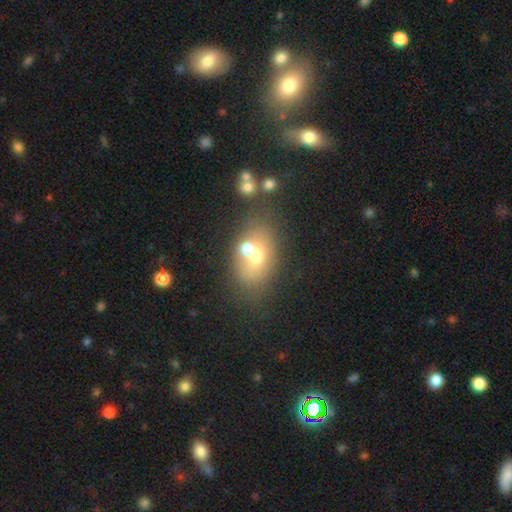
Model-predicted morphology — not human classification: smooth 57%, featured or disk 28%, star or artifact 15%. Down the decision tree: how rounded — in between (77%); merging — none (46%).